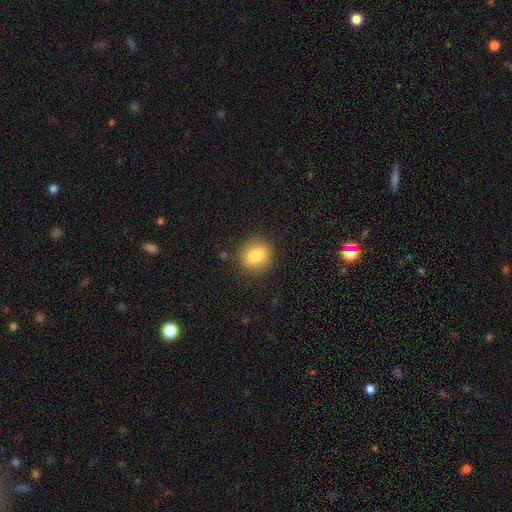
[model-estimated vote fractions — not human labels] smooth-or-featured: smooth: 78% | featured or disk: 13% | star or artifact: 9%
  how-rounded: round: 75% | in between: 23% | cigar-shaped: 2%
  merging: none: 66% | merger: 16% | minor disturbance: 14% | major disturbance: 4%